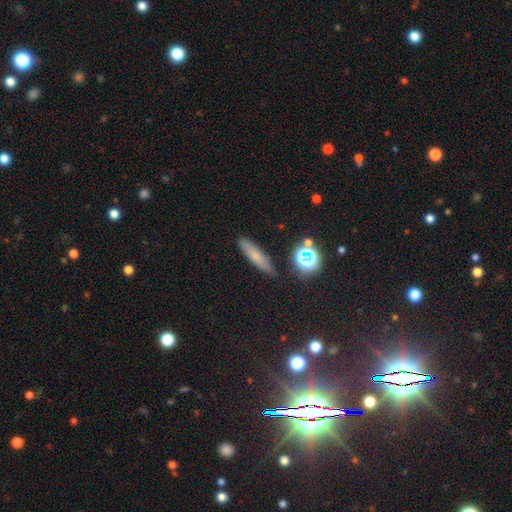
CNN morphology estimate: smooth 70%, featured or disk 16%, star or artifact 14%. Down the decision tree: how rounded — cigar-shaped (75%); merging — none (87%).